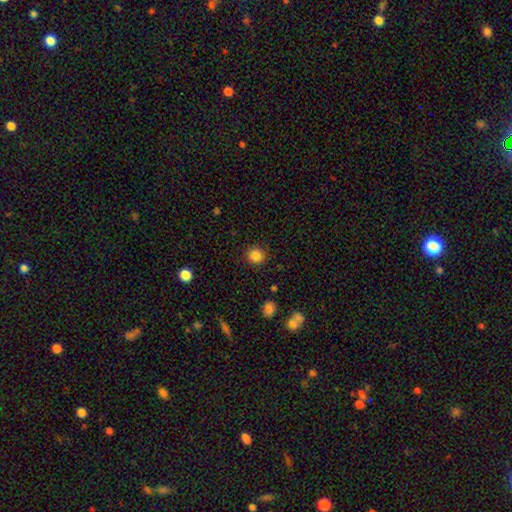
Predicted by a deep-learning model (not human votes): Smooth or featured? Predicted: smooth (p=0.85). How rounded? Predicted: round (p=0.91). Merging? Predicted: none (p=0.89).